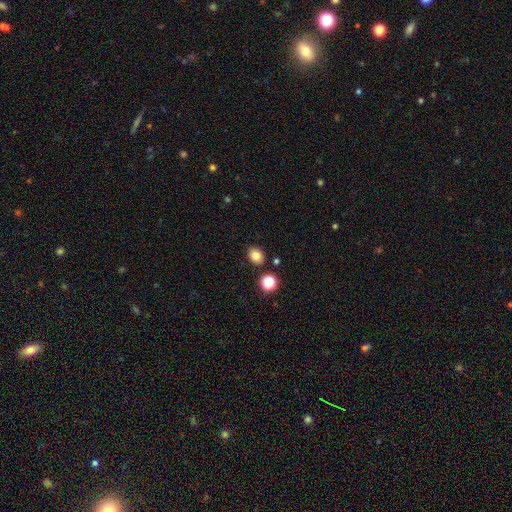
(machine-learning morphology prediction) smooth-or-featured: smooth: 81% | star or artifact: 13% | featured or disk: 7%
  how-rounded: round: 53% | in between: 46% | cigar-shaped: 1%
  merging: none: 85% | minor disturbance: 8% | merger: 4% | major disturbance: 2%